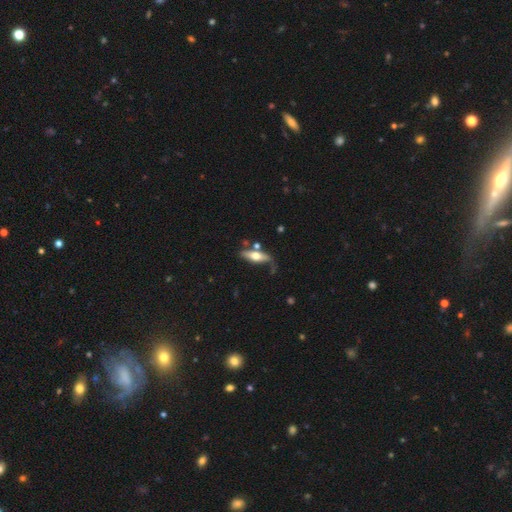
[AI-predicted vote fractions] smooth 48%, featured or disk 46%, star or artifact 6%. Down the decision tree: merging — none (56%).